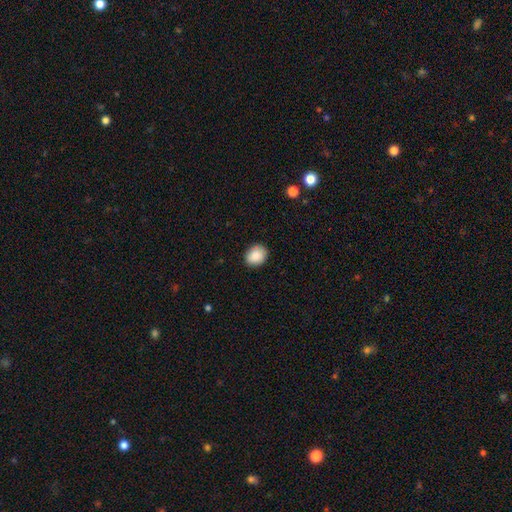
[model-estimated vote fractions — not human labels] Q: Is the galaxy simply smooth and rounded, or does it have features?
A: smooth — 89%.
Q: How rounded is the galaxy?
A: in between — 52%.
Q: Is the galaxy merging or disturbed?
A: none — 87%.